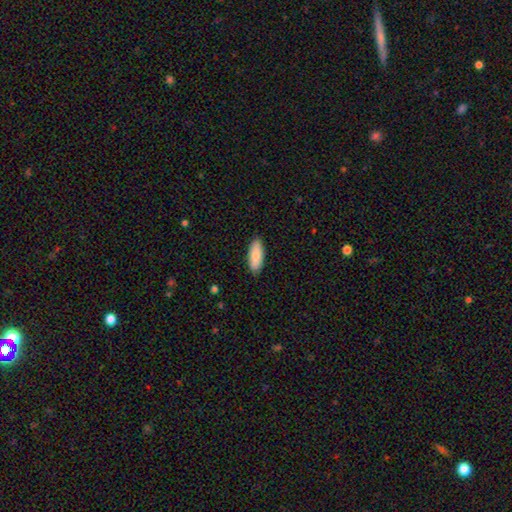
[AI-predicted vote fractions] A smooth galaxy with no disk features (87%) that is in between round and cigar-shaped (78%).

Vote fractions:
- Smooth or featured? smooth: 87% / featured or disk: 8% / star or artifact: 6%
- How rounded? in between: 78% / cigar-shaped: 20% / round: 2%
- Merging? none: 88% / minor disturbance: 10% / major disturbance: 2% / merger: 1%